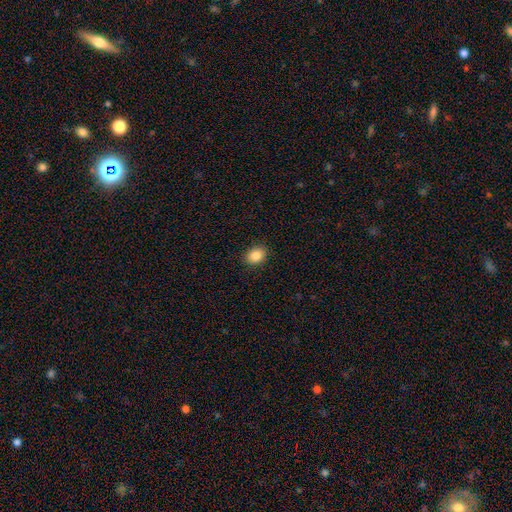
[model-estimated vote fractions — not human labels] This appears to be a smooth galaxy with no disk features (87%) that is in between round and cigar-shaped (60%). Merging: none (90%).